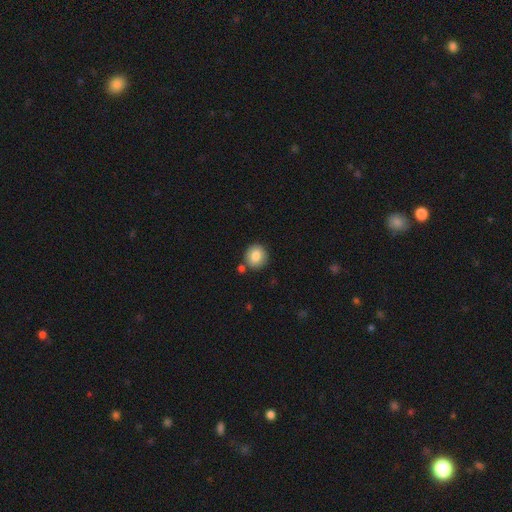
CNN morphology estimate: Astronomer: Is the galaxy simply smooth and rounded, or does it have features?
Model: smooth — 83%.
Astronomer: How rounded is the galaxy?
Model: round — 84%.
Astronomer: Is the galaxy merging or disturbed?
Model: none — 80%.